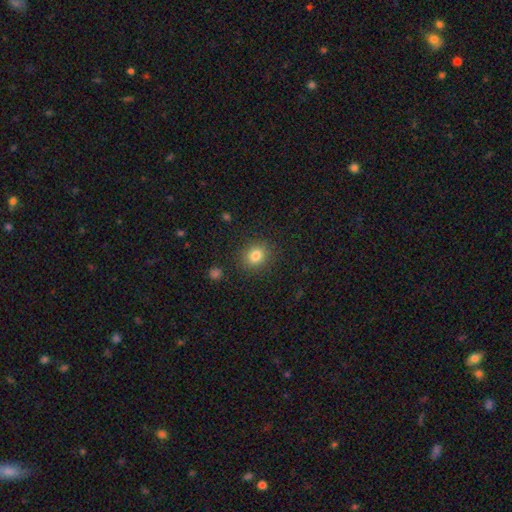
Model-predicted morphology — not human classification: Smooth or featured?
  - smooth: 82% *
  - star or artifact: 11%
  - featured or disk: 7%
How rounded?
  - round: 70% *
  - in between: 29%
  - cigar-shaped: 1%
Merging?
  - none: 88% *
  - minor disturbance: 8%
  - major disturbance: 3%
  - merger: 1%